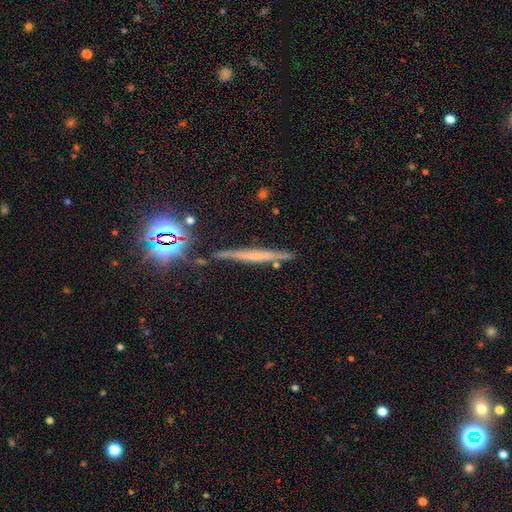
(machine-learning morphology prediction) The model was most divided on "smooth or featured": featured or disk: 48%, smooth: 32%, star or artifact: 20%. More confident: merging — none (83%).